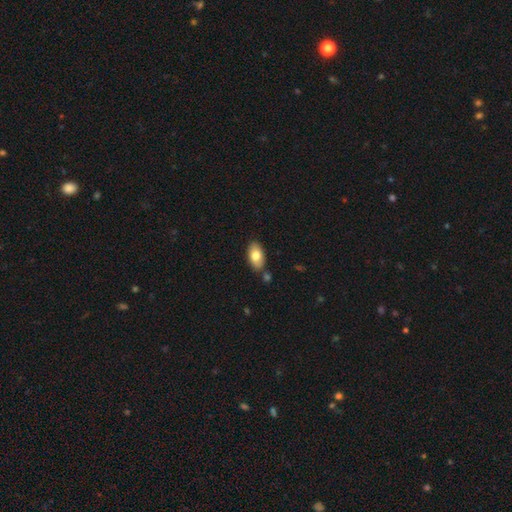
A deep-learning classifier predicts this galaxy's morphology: Q: Smooth or featured?
A: smooth (80%); runner-up: featured or disk (14%)
Q: How rounded?
A: in between (94%); runner-up: round (4%)
Q: Merging?
A: none (79%); runner-up: minor disturbance (12%)